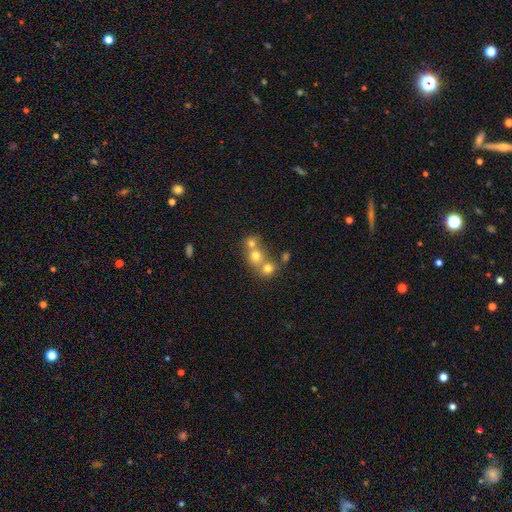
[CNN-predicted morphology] A smooth galaxy with no disk features (68%) that is round (80%).

Vote fractions:
- Smooth or featured? smooth: 68% / featured or disk: 16% / star or artifact: 16%
- How rounded? round: 80% / in between: 19% / cigar-shaped: 1%
- Merging? merger: 55% / none: 37% / minor disturbance: 5% / major disturbance: 3%